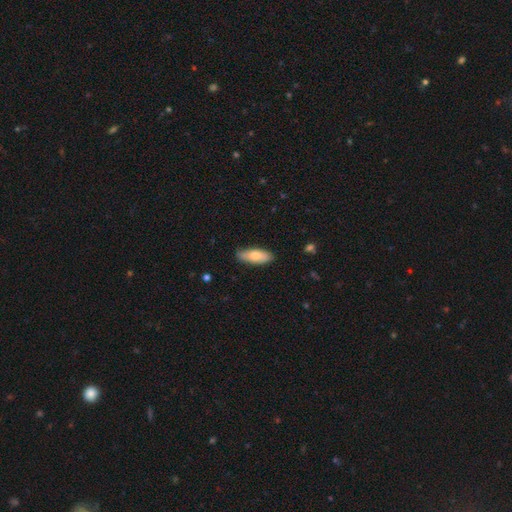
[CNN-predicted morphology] Smooth or featured?
  - smooth: 74% *
  - featured or disk: 21%
  - star or artifact: 6%
How rounded?
  - in between: 77% *
  - cigar-shaped: 21%
  - round: 2%
Merging?
  - none: 81% *
  - minor disturbance: 15%
  - major disturbance: 2%
  - merger: 1%